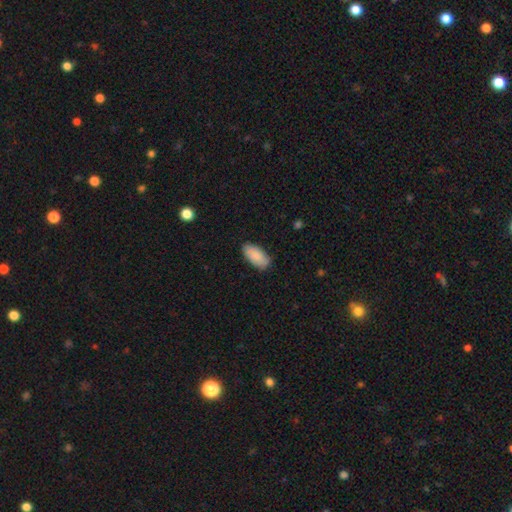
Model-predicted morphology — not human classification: smooth-or-featured: smooth: 85% | featured or disk: 9% | star or artifact: 6%
  how-rounded: in between: 93% | cigar-shaped: 4% | round: 2%
  merging: none: 81% | minor disturbance: 16% | major disturbance: 3% | merger: 1%